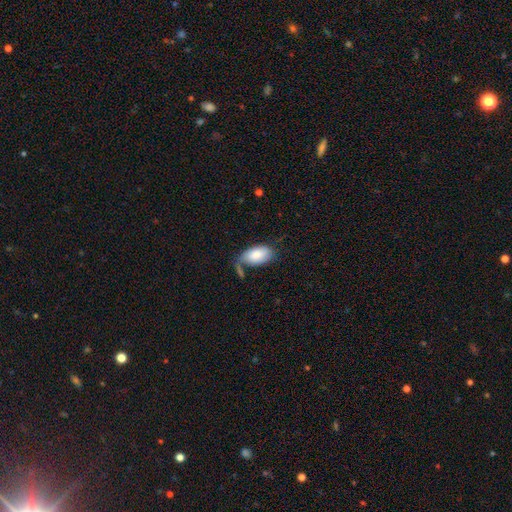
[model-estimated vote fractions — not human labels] smooth-or-featured: smooth: 78% | featured or disk: 16% | star or artifact: 6%
  how-rounded: in between: 95% | round: 4% | cigar-shaped: 2%
  merging: none: 46% | minor disturbance: 24% | major disturbance: 17% | merger: 13%